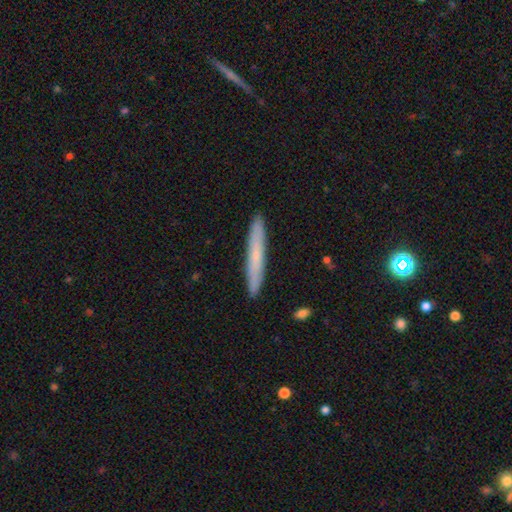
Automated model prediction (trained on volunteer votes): A smooth galaxy with no disk features (61%) that is cigar-shaped (96%).

Vote fractions:
- Smooth or featured? smooth: 61% / featured or disk: 33% / star or artifact: 6%
- How rounded? cigar-shaped: 96% / in between: 3% / round: 1%
- Merging? none: 91% / minor disturbance: 6% / major disturbance: 1% / merger: 1%